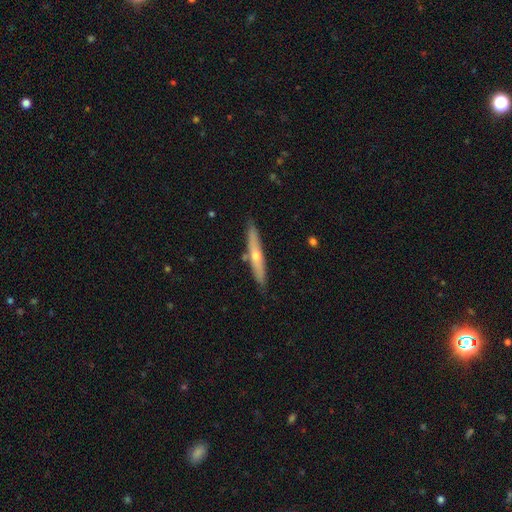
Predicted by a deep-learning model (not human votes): Smooth or featured: featured or disk — 55% (smooth — 39%)
Edge-on disk: yes — 89% (no — 11%)
Merging: none — 84% (minor disturbance — 10%)